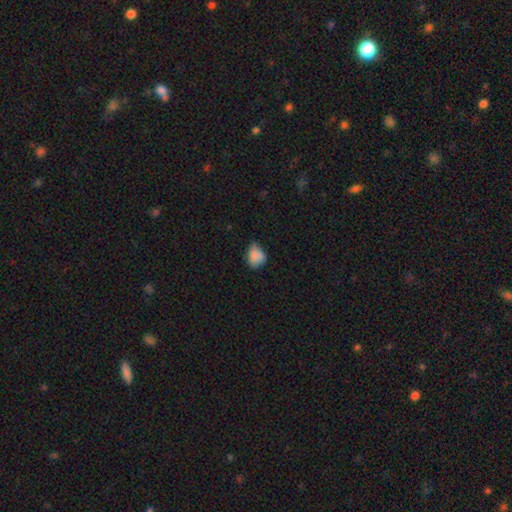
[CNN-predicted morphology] This is clearly a smooth galaxy (80%). How rounded: possibly in between (56%). Merging: possibly minor disturbance (47%).